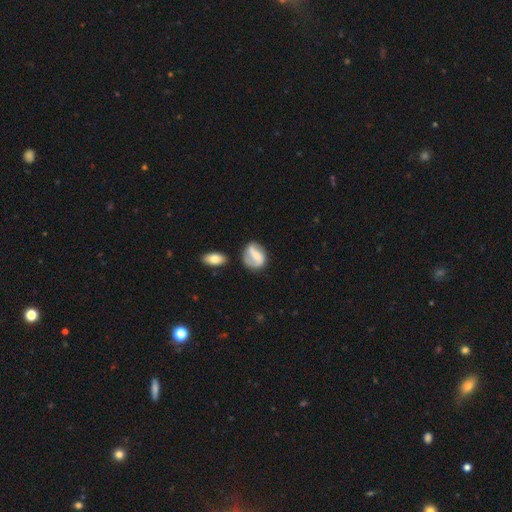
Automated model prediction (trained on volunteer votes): Smooth or featured? Predicted: featured or disk (p=0.57). Edge-on disk? Predicted: no (p=0.96). Bar? Predicted: weak (p=0.39). Spiral arms? Predicted: yes (p=0.80). Bulge size? Predicted: small (p=0.47). Merging? Predicted: none (p=0.63).